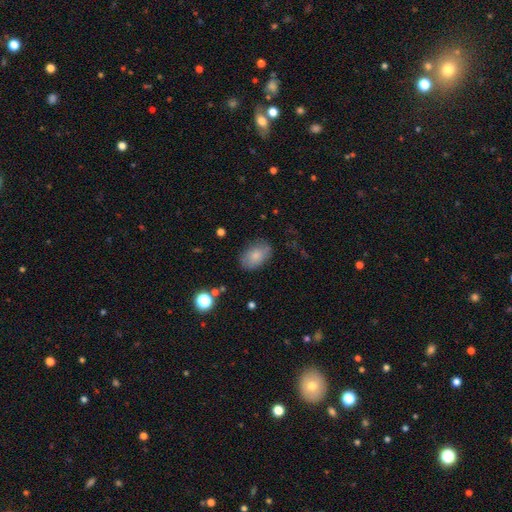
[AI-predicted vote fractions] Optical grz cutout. It shows a smooth galaxy with no disk features (80%) that is in between round and cigar-shaped (85%). Merging: none (76%).